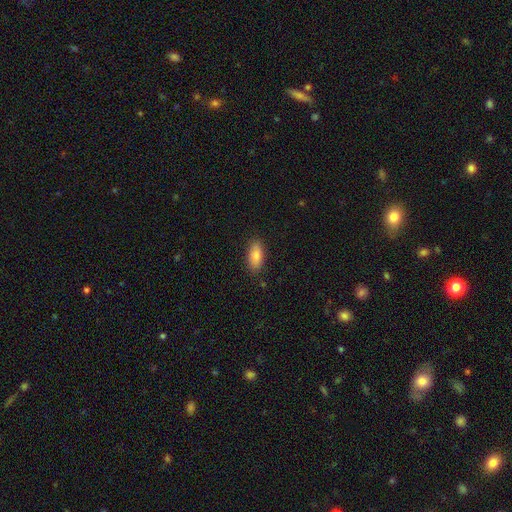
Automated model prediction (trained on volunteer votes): Smooth or featured: smooth — 86% (featured or disk — 7%)
How rounded: in between — 86% (cigar-shaped — 12%)
Merging: none — 87% (minor disturbance — 10%)